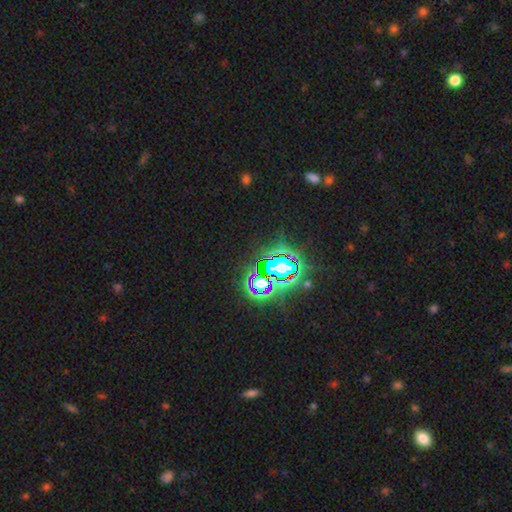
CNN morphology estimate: type=star or artifact (81%).